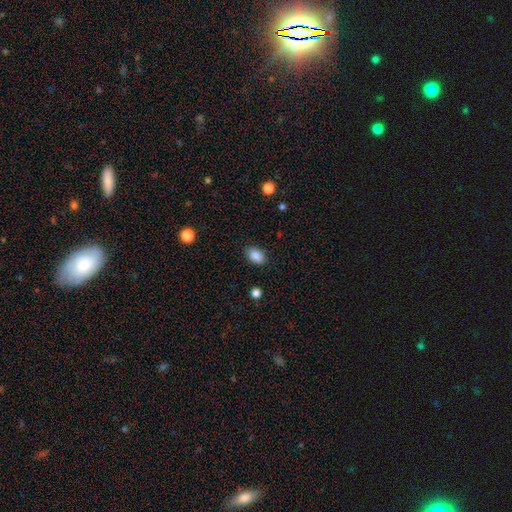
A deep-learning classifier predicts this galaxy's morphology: smooth 87%, star or artifact 8%, featured or disk 5%. Down the decision tree: how rounded — in between (85%); merging — none (87%).